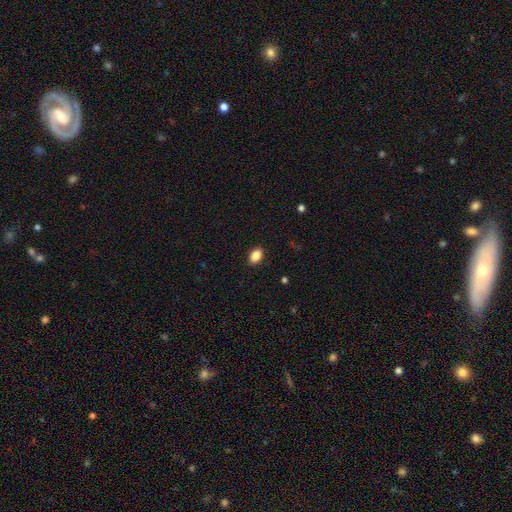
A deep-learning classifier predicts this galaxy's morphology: This is clearly a smooth galaxy (88%). How rounded: clearly in between (84%). Merging: clearly none (89%).